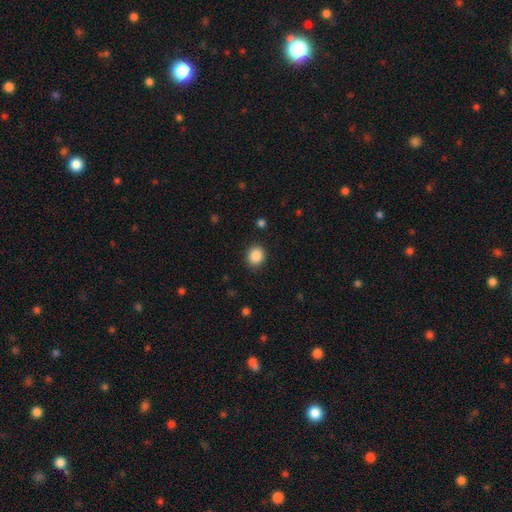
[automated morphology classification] This appears to be a smooth galaxy with no disk features (88%) that is round (77%). Merging: none (89%).